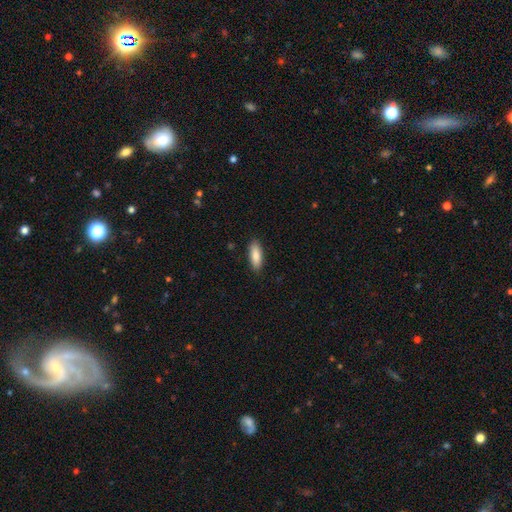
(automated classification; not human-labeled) The model was most divided on "how rounded": in between: 67%, cigar-shaped: 31%, round: 2%. More confident: merging — none (87%); smooth or featured — smooth (86%).